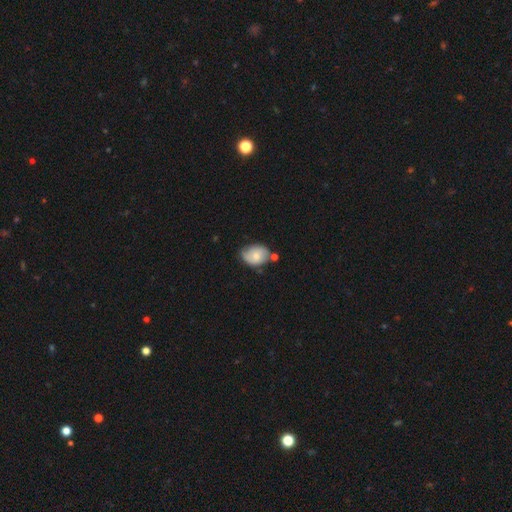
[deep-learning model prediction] Smooth or featured: smooth — 61% (featured or disk — 32%)
How rounded: in between — 70% (round — 29%)
Merging: none — 51% (minor disturbance — 31%)